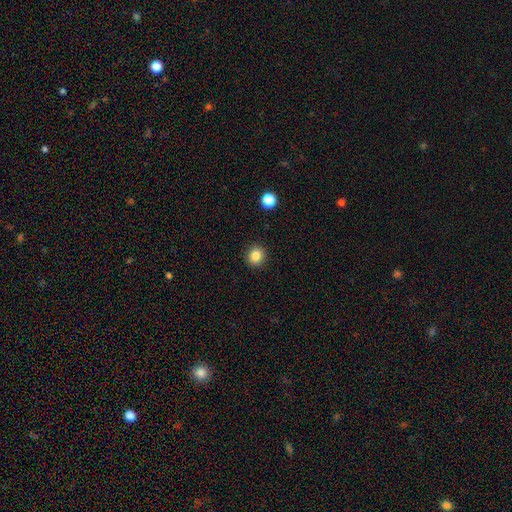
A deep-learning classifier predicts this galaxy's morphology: smooth-or-featured: smooth: 84% | star or artifact: 11% | featured or disk: 5%
  how-rounded: round: 89% | in between: 11% | cigar-shaped: 1%
  merging: none: 92% | minor disturbance: 5% | major disturbance: 2% | merger: 1%